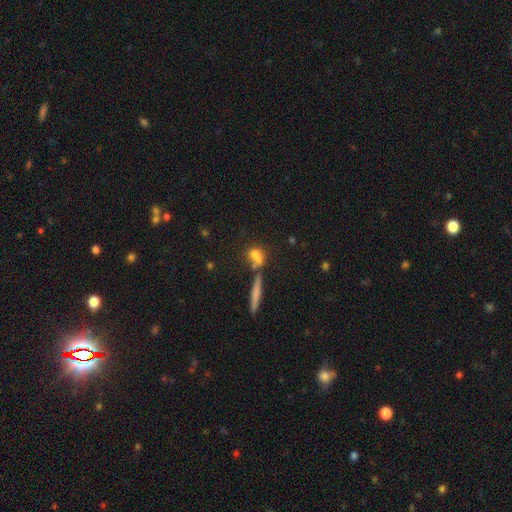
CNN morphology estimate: Smooth or featured?
  - smooth: 66% *
  - featured or disk: 19%
  - star or artifact: 15%
How rounded?
  - in between: 41% *
  - round: 40%
  - cigar-shaped: 18%
Merging?
  - none: 42% *
  - merger: 39%
  - minor disturbance: 12%
  - major disturbance: 7%